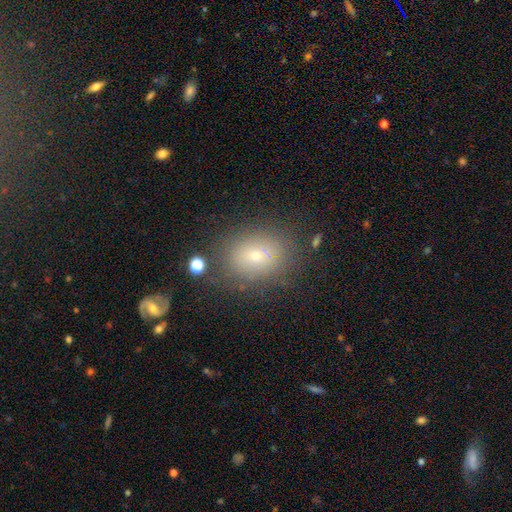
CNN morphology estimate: Smooth or featured: smooth — 67% (featured or disk — 19%)
How rounded: in between — 57% (round — 42%)
Merging: none — 78% (minor disturbance — 13%)